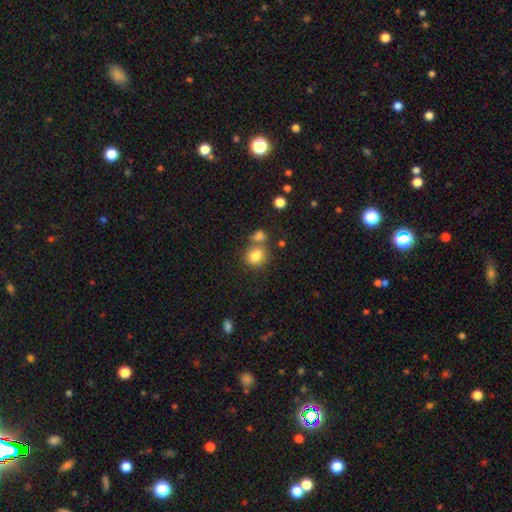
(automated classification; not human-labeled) Smooth or featured? smooth (82%)
How rounded? round (66%)
Merging? none (55%)